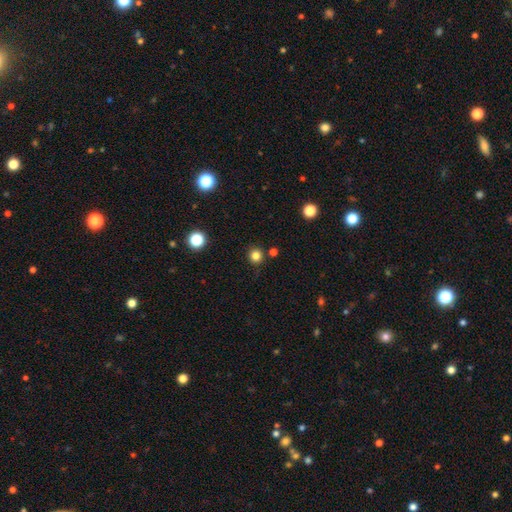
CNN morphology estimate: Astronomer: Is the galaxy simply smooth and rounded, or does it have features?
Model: smooth — 81%.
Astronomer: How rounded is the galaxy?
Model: round — 93%.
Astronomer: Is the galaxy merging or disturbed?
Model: none — 87%.